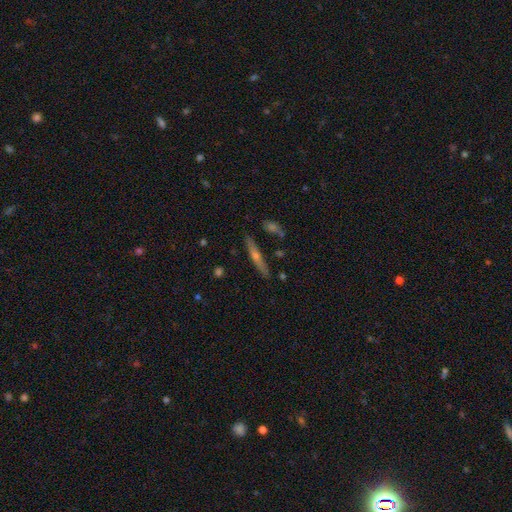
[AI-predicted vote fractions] The model was most divided on "smooth or featured": featured or disk: 63%, smooth: 29%, star or artifact: 7%. More confident: edge-on disk — yes (95%); merging — none (85%); edge-on bulge — rounded (85%).